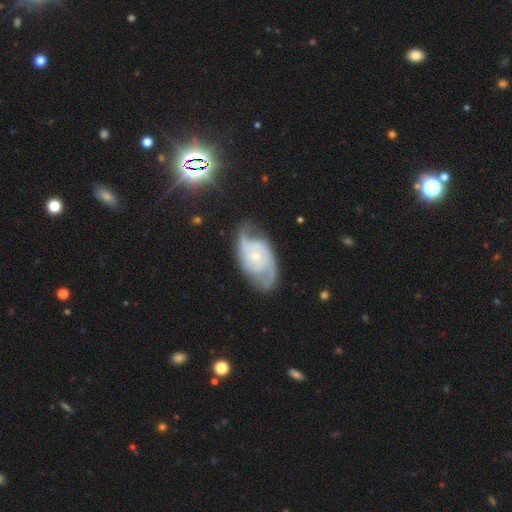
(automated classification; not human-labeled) Smooth or featured? featured or disk (84%)
Edge-on disk? no (96%)
Bar? no (69%)
Spiral arms? yes (96%)
Spiral winding? medium (47%)
Spiral arm count? 2 (73%)
Bulge size? small (70%)
Merging? none (66%)